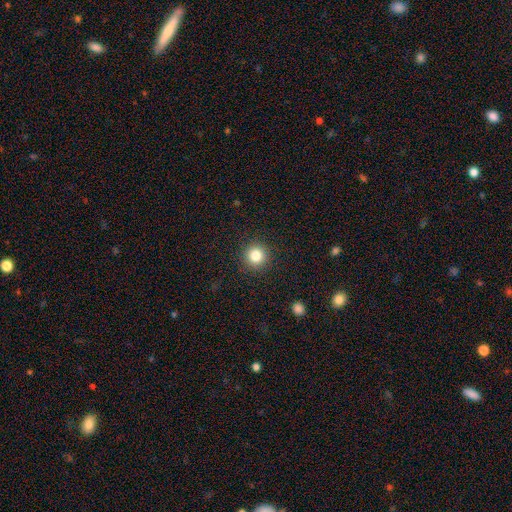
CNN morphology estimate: Overall: smooth (83%). How rounded: round (95%). Merging: none (92%).